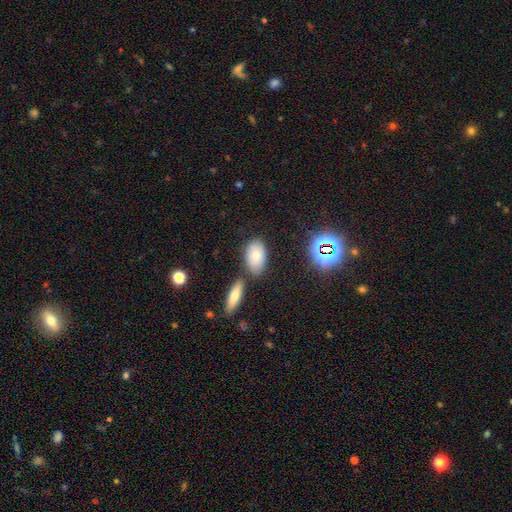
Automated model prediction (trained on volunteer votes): Smooth or featured?
  - smooth: 75% *
  - featured or disk: 14%
  - star or artifact: 11%
How rounded?
  - in between: 91% *
  - round: 7%
  - cigar-shaped: 2%
Merging?
  - none: 68% *
  - merger: 14%
  - minor disturbance: 14%
  - major disturbance: 4%